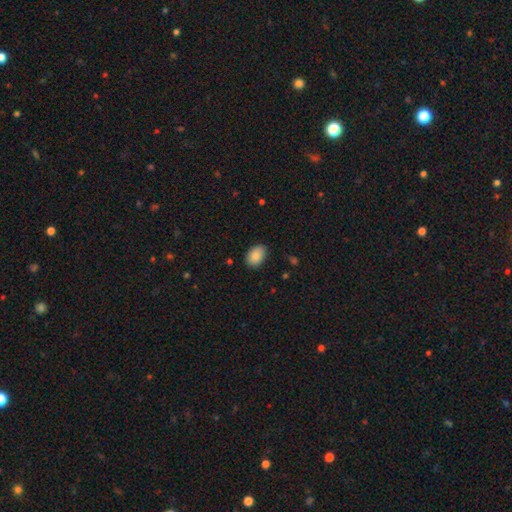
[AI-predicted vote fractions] smooth_or_featured: smooth (p=0.87) [alt: star or artifact p=0.08]
how_rounded: in between (p=0.84) [alt: round p=0.15]
merging: none (p=0.85) [alt: minor disturbance p=0.12]